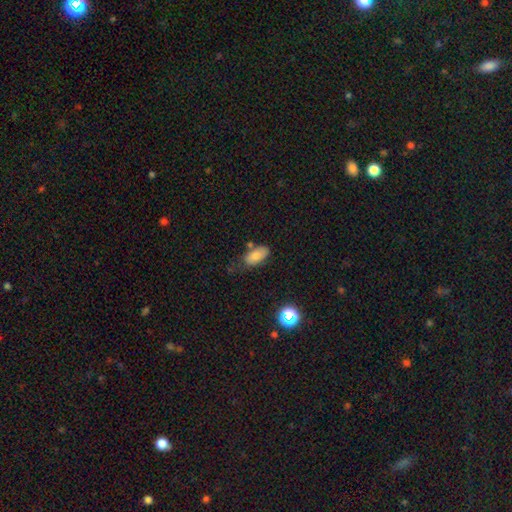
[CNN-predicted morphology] smooth_or_featured: smooth (p=0.80) [alt: featured or disk p=0.10]
how_rounded: in between (p=0.91) [alt: cigar-shaped p=0.05]
merging: none (p=0.55) [alt: minor disturbance p=0.28]